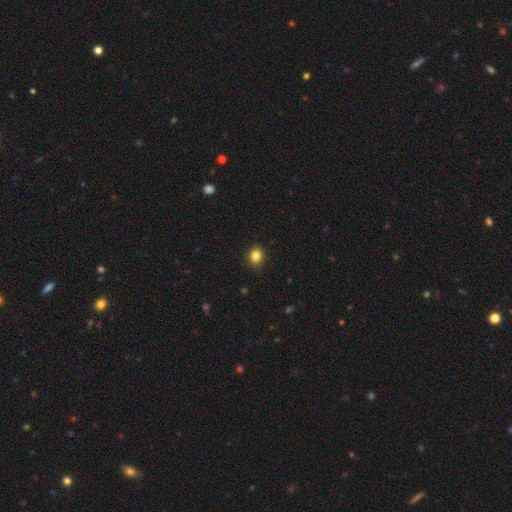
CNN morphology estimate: Smooth or featured? Predicted: smooth (p=0.84). How rounded? Predicted: round (p=0.68). Merging? Predicted: none (p=0.90).